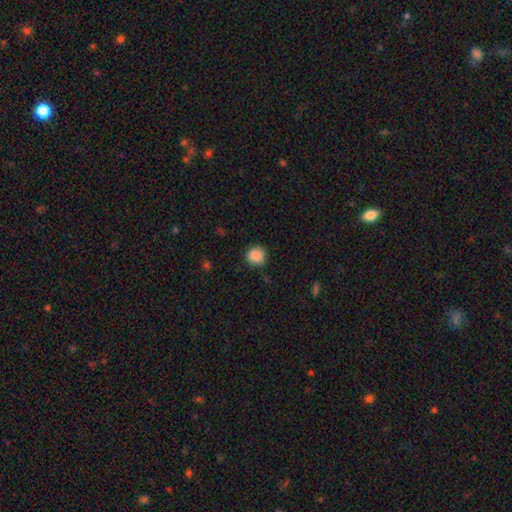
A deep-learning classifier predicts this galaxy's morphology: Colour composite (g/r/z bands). It shows a smooth galaxy with no disk features (87%) that is round (91%). Merging: none (86%).